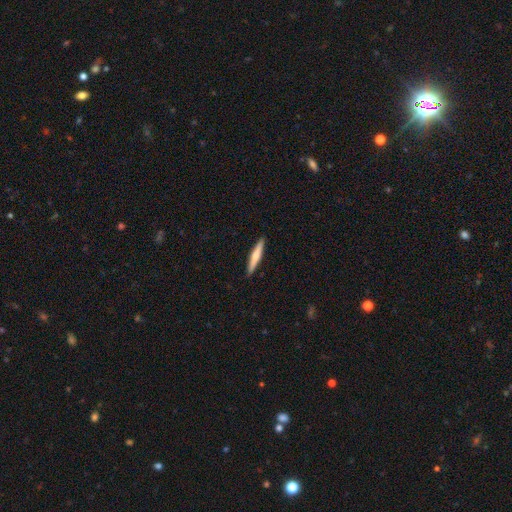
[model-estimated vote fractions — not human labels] Morphology: type=smooth (59%); roundness=cigar-shaped (94%); merging=none (92%).